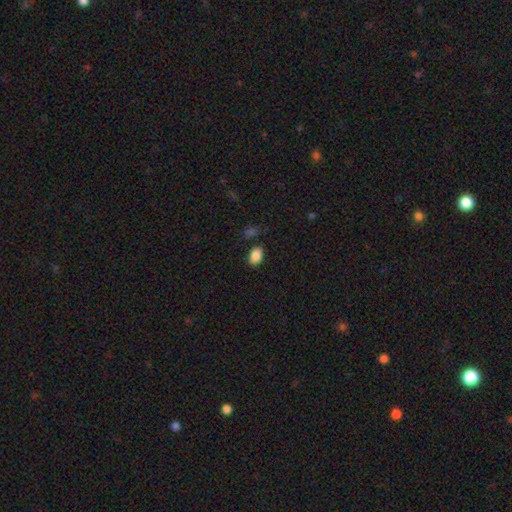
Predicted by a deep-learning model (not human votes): A smooth galaxy with no disk features (87%) that is in between round and cigar-shaped (88%). Merging: none (82%).